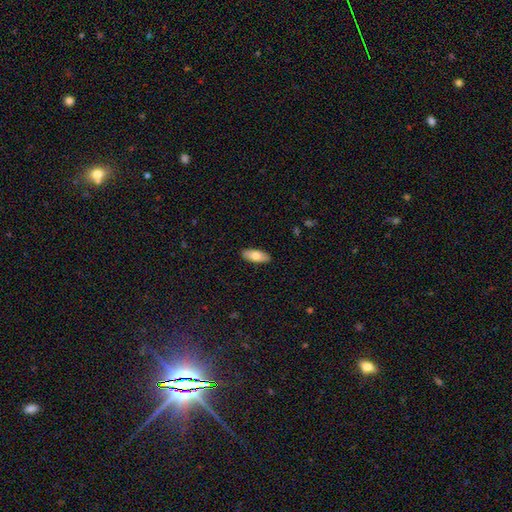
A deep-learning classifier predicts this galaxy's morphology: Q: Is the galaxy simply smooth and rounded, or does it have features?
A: smooth — 75%.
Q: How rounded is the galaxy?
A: in between — 80%.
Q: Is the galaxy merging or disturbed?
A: none — 89%.